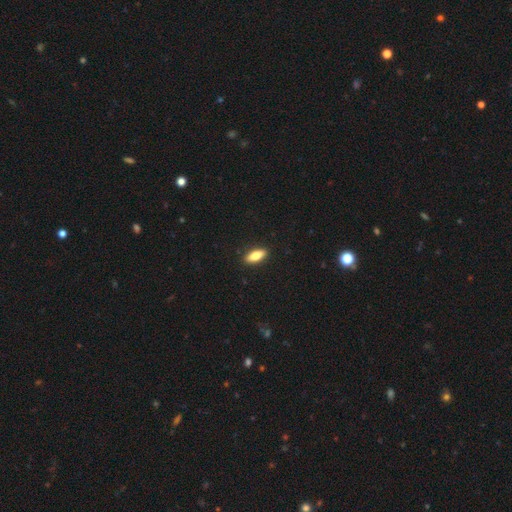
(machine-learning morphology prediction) smooth_or_featured: smooth (p=0.76) [alt: featured or disk p=0.18]
how_rounded: in between (p=0.73) [alt: cigar-shaped p=0.24]
merging: none (p=0.90) [alt: minor disturbance p=0.07]